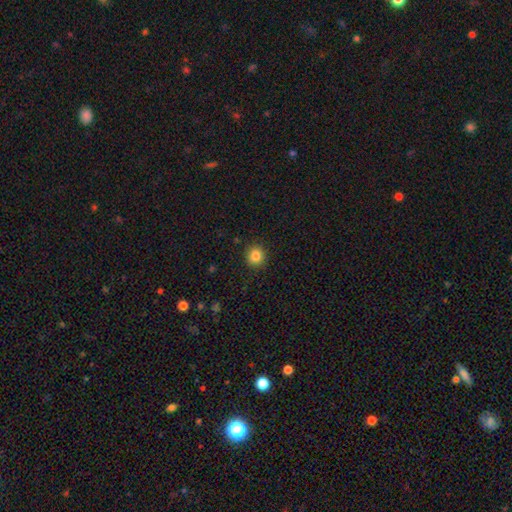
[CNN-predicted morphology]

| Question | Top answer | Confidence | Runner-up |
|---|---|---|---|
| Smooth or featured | smooth | 84% | star or artifact (11%) |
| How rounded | round | 90% | in between (9%) |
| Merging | none | 90% | minor disturbance (7%) |